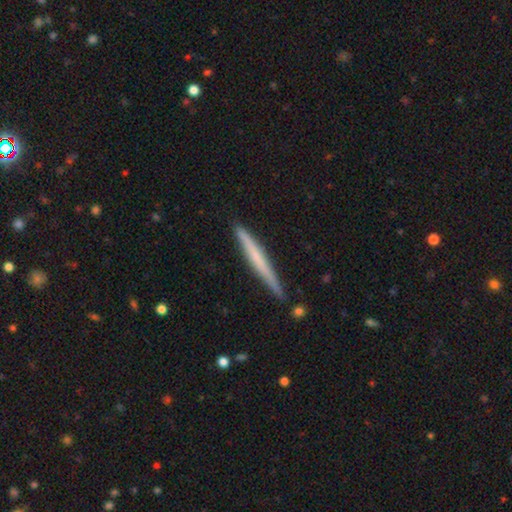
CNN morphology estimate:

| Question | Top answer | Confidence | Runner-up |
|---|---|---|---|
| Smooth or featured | smooth | 48% | featured or disk (47%) |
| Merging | none | 87% | minor disturbance (10%) |